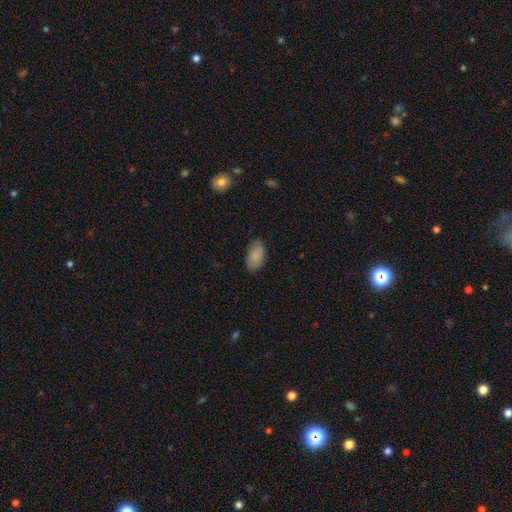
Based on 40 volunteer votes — Smooth or featured? 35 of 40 (88%) said smooth. How rounded? 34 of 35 (97%) said in between. Merging? 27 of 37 (73%) said none.